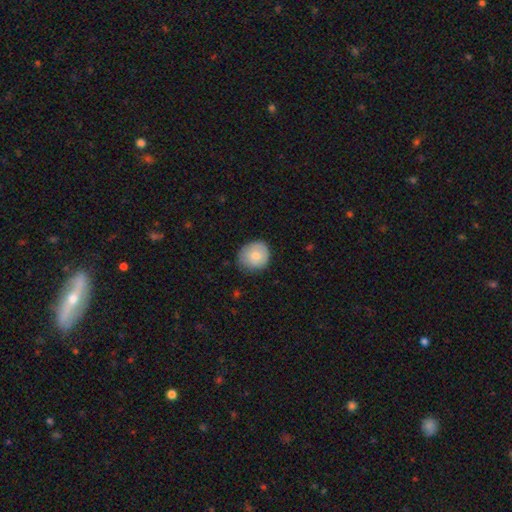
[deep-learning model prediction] The model was most divided on "merging": none: 74%, minor disturbance: 21%, major disturbance: 4%, merger: 1%. More confident: how rounded — round (81%); smooth or featured — smooth (81%).